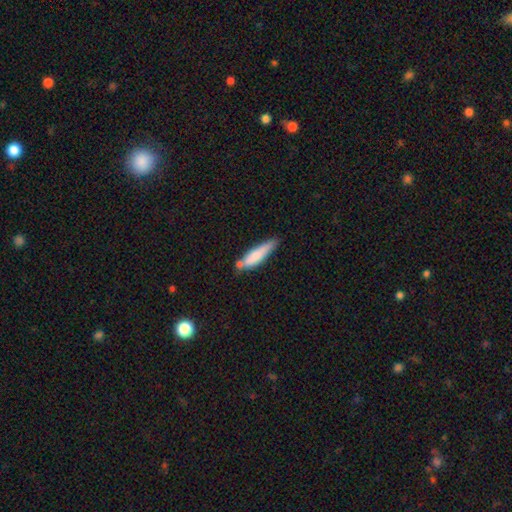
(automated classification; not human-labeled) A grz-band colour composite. It shows a smooth galaxy with no disk features (73%) that is cigar-shaped (75%). Merging: none (49%).